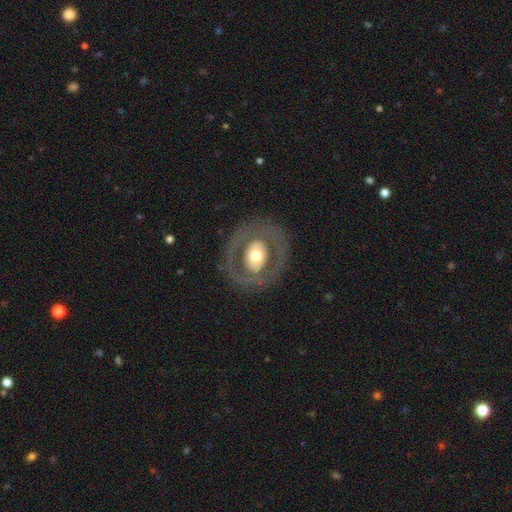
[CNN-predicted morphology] smooth-or-featured: featured or disk: 56% | smooth: 38% | star or artifact: 6%
  disk-edge-on: no: 94% | yes: 6%
    bar: no: 78% | weak: 14% | strong: 8%
    has-spiral-arms: no: 87% | yes: 13%
    bulge-size: moderate: 59% | large: 29% | small: 8% | dominant: 3% | none: 1%
  merging: none: 79% | minor disturbance: 11% | major disturbance: 9% | merger: 1%